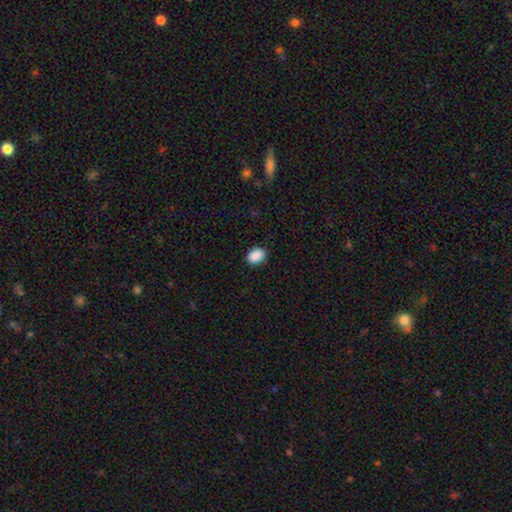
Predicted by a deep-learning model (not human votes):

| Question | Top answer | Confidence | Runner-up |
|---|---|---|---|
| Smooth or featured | smooth | 90% | star or artifact (8%) |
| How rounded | in between | 74% | round (25%) |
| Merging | none | 88% | minor disturbance (9%) |